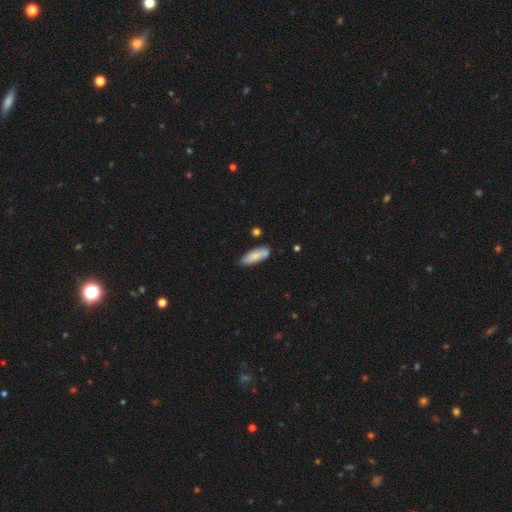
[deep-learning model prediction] Smooth or featured? Predicted: smooth (p=0.79). How rounded? Predicted: in between (p=0.58). Merging? Predicted: none (p=0.68).